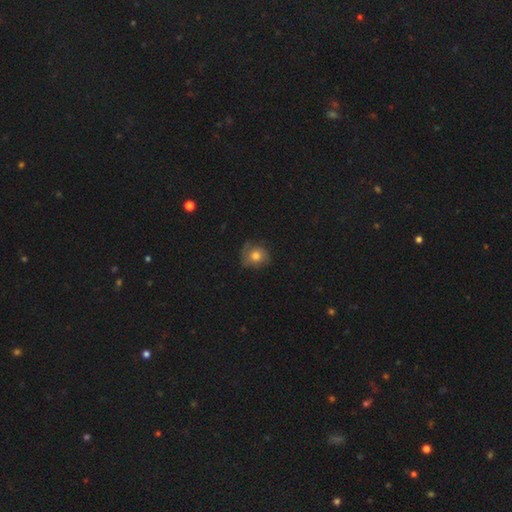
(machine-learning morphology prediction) smooth_or_featured: smooth (p=0.61) [alt: featured or disk p=0.30]
how_rounded: round (p=0.79) [alt: in between p=0.20]
merging: none (p=0.62) [alt: minor disturbance p=0.25]